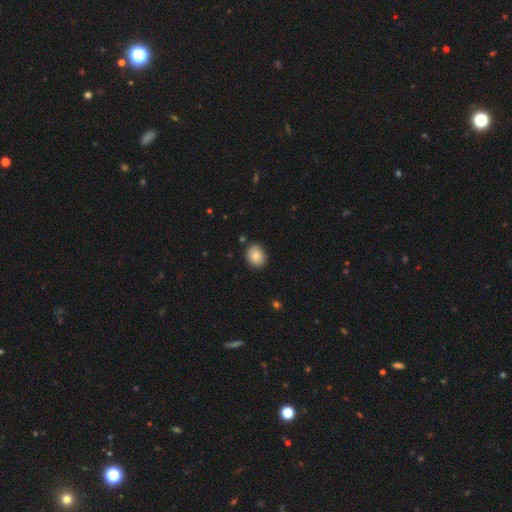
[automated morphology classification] smooth_or_featured: smooth (p=0.87) [alt: star or artifact p=0.08]
how_rounded: in between (p=0.56) [alt: round p=0.43]
merging: none (p=0.87) [alt: minor disturbance p=0.10]